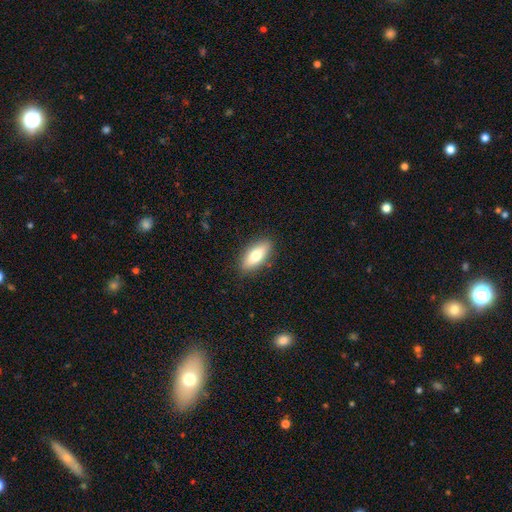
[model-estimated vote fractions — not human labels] smooth_or_featured: smooth (p=0.72) [alt: featured or disk p=0.22]
how_rounded: in between (p=0.74) [alt: cigar-shaped p=0.24]
merging: none (p=0.87) [alt: minor disturbance p=0.09]